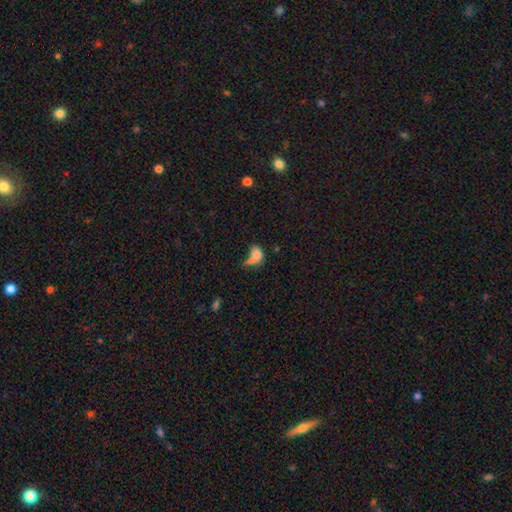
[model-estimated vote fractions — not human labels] smooth 73%, featured or disk 15%, star or artifact 12%. Down the decision tree: how rounded — in between (70%); merging — merger (40%).